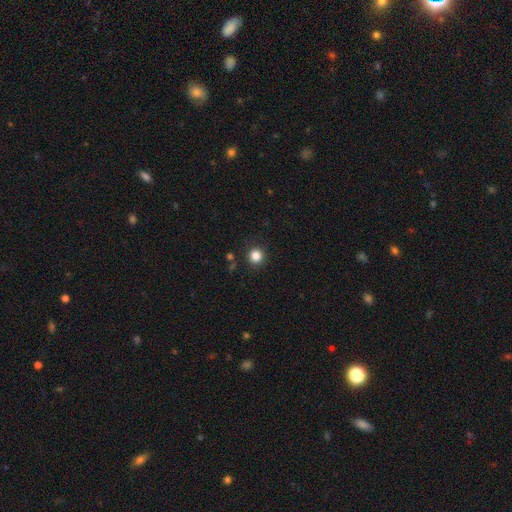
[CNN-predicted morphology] Smooth or featured? Predicted: smooth (p=0.84). How rounded? Predicted: round (p=0.91). Merging? Predicted: none (p=0.90).